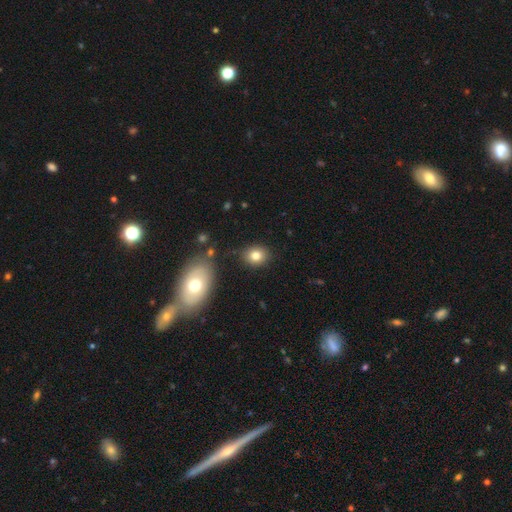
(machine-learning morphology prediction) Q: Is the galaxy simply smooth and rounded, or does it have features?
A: smooth — 81%.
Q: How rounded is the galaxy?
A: round — 59%.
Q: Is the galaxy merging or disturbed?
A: none — 83%.